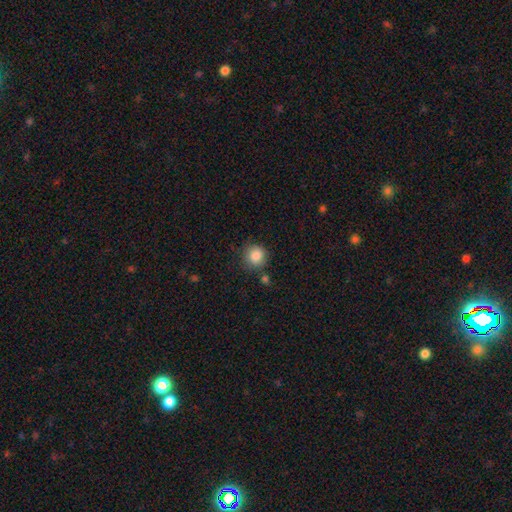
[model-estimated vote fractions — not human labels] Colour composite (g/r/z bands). It shows a smooth galaxy with no disk features (86%) that is round (90%). Merging: none (80%).